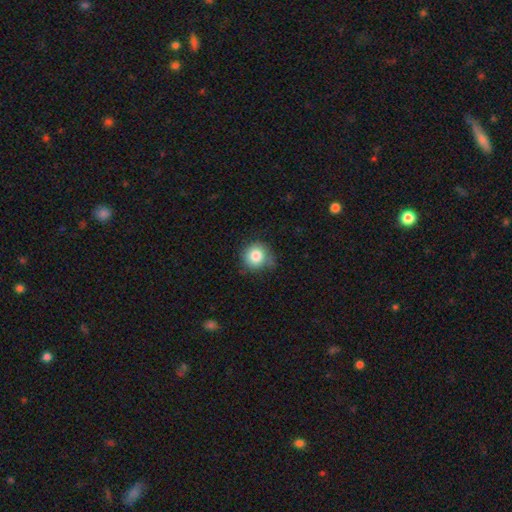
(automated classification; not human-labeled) Overall: smooth (82%). How rounded: round (91%). Merging: none (69%).